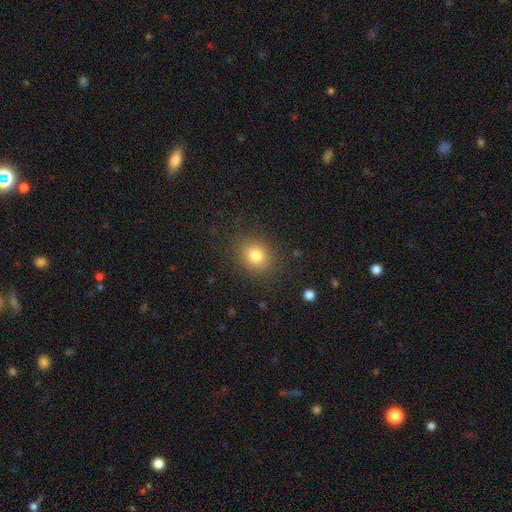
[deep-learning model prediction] smooth 80%, star or artifact 12%, featured or disk 8%. Down the decision tree: how rounded — round (67%); merging — none (84%).